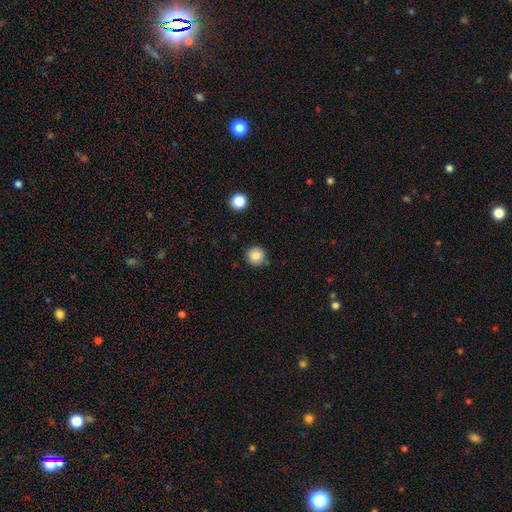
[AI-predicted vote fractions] Smooth or featured?
  - smooth: 85% *
  - star or artifact: 10%
  - featured or disk: 5%
How rounded?
  - round: 94% *
  - in between: 5%
  - cigar-shaped: 1%
Merging?
  - none: 85% *
  - minor disturbance: 10%
  - merger: 3%
  - major disturbance: 2%